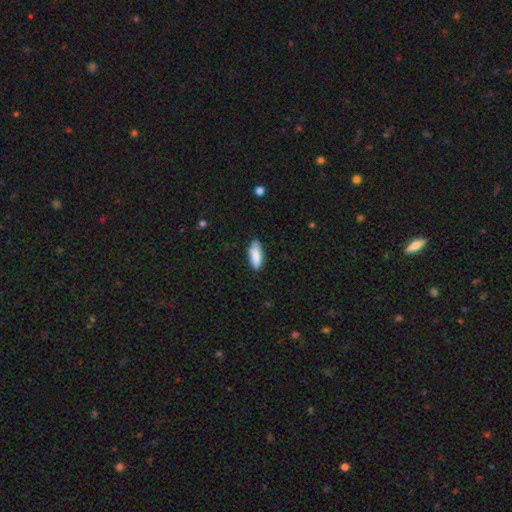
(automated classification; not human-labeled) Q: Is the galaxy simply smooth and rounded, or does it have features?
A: smooth — 88%.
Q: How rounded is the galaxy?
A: in between — 75%.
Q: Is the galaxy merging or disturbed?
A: none — 82%.